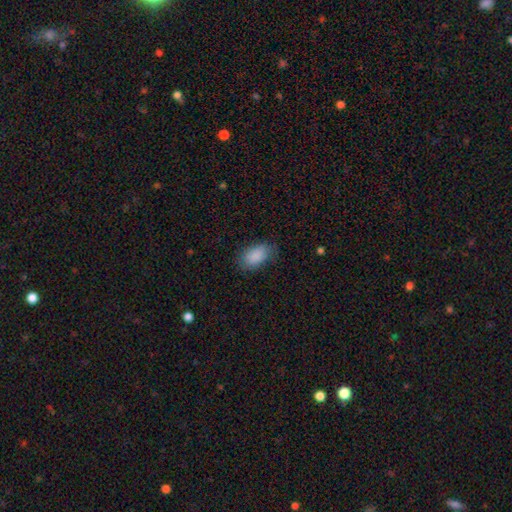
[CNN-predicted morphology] The model was most divided on "merging": none: 73%, minor disturbance: 20%, major disturbance: 6%, merger: 1%. More confident: how rounded — in between (92%); smooth or featured — smooth (88%).